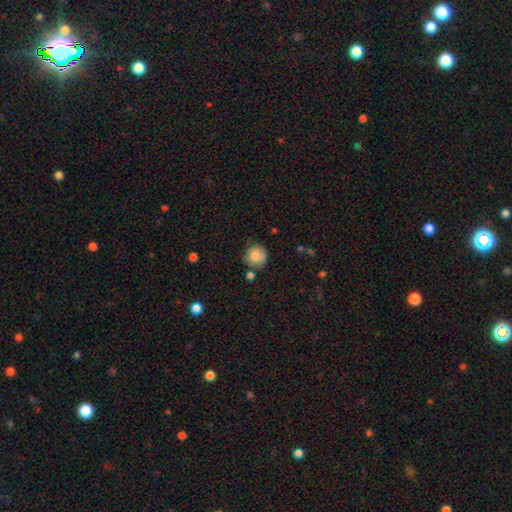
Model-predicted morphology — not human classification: Smooth or featured? Predicted: smooth (p=0.78). How rounded? Predicted: round (p=0.89). Merging? Predicted: none (p=0.66).